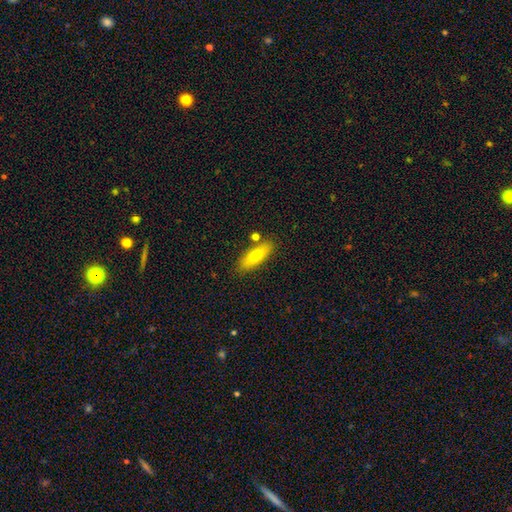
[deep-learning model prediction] Overall: smooth (67%). How rounded: in between (50%; cigar-shaped 47%). Merging: none (81%).